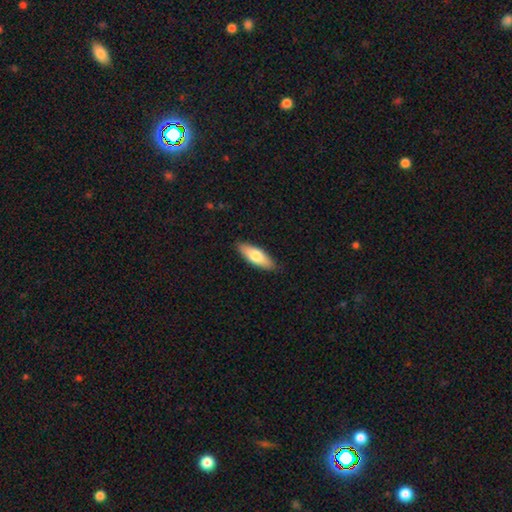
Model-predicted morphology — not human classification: Q: Smooth or featured?
A: smooth (73%); runner-up: featured or disk (22%)
Q: How rounded?
A: in between (62%); runner-up: cigar-shaped (36%)
Q: Merging?
A: none (87%); runner-up: minor disturbance (10%)